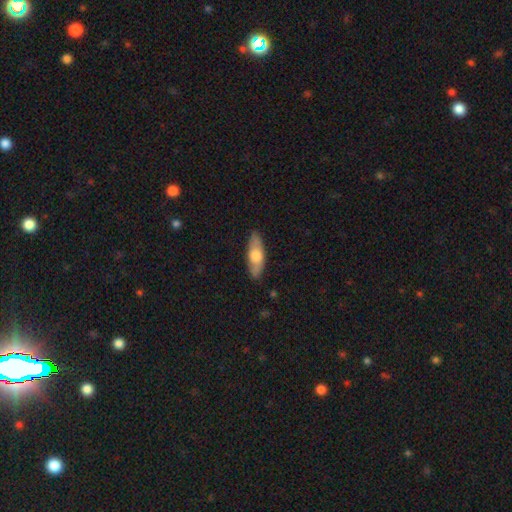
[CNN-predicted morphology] Overall: smooth (61%; featured or disk 34%). How rounded: in between (65%; cigar-shaped 32%). Merging: none (84%).